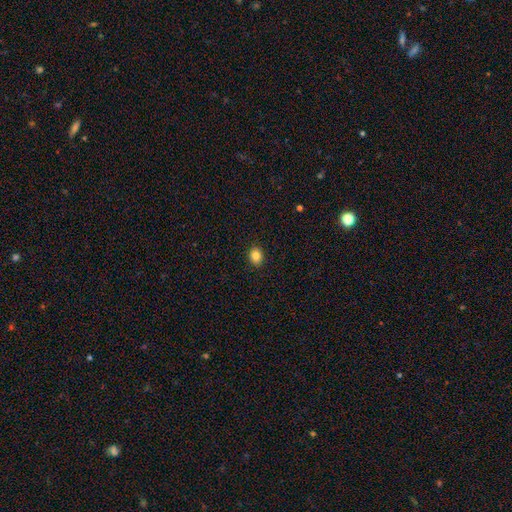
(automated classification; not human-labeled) A smooth galaxy with no disk features (85%) that is in between round and cigar-shaped (55%).

Vote fractions:
- Smooth or featured? smooth: 85% / star or artifact: 10% / featured or disk: 5%
- How rounded? in between: 55% / round: 44% / cigar-shaped: 1%
- Merging? none: 91% / minor disturbance: 7% / major disturbance: 2% / merger: 1%